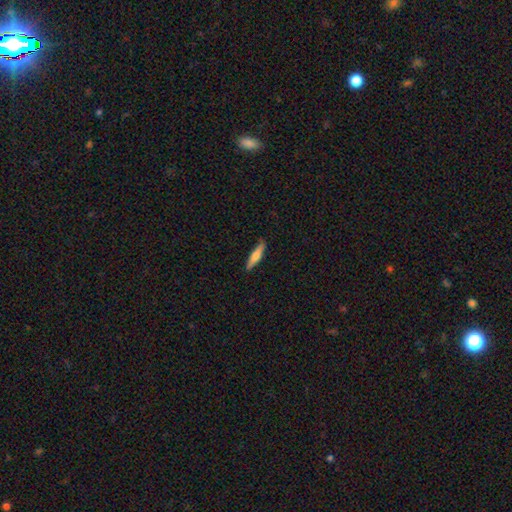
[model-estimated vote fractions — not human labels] Smooth or featured: smooth — 60% (featured or disk — 34%)
How rounded: cigar-shaped — 85% (in between — 13%)
Merging: none — 89% (minor disturbance — 8%)